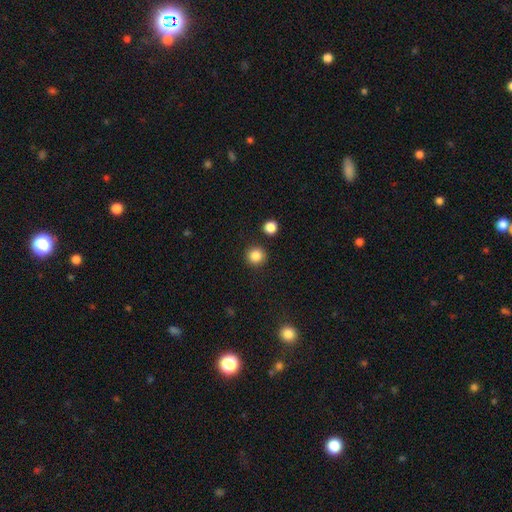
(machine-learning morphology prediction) Smooth or featured? smooth (86%)
How rounded? round (94%)
Merging? none (90%)